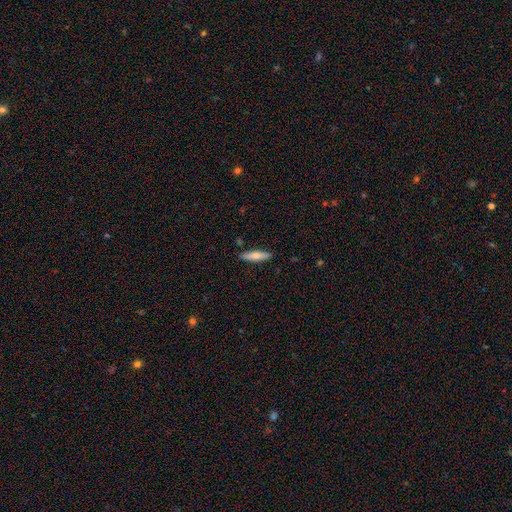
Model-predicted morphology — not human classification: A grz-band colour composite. It shows a smooth galaxy with no disk features (68%) that is cigar-shaped (73%). Merging: none (88%).